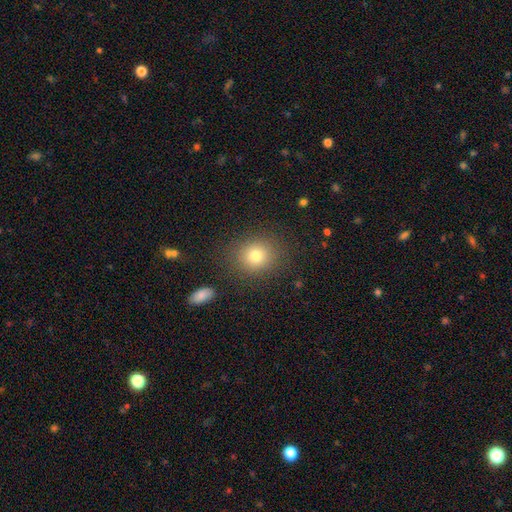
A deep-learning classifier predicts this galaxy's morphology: Overall: smooth (77%). How rounded: round (78%). Merging: none (86%).